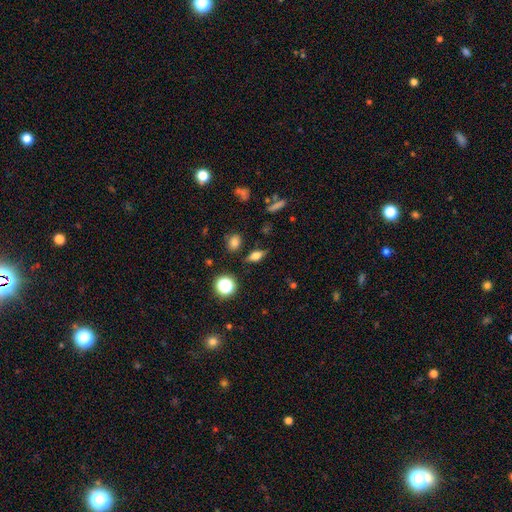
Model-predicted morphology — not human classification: smooth_or_featured: smooth (p=0.58) [alt: featured or disk p=0.28]
how_rounded: in between (p=0.63) [alt: cigar-shaped p=0.21]
merging: none (p=0.82) [alt: minor disturbance p=0.11]